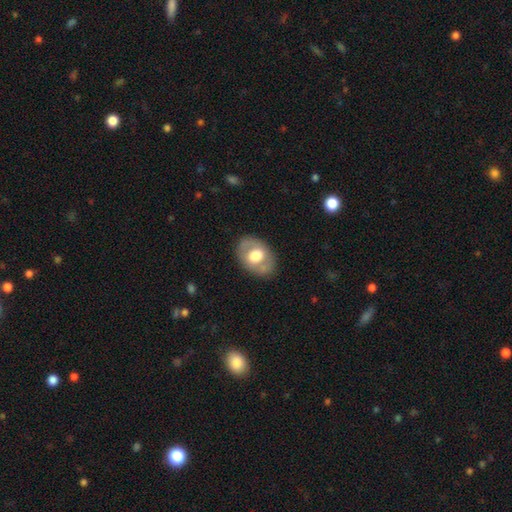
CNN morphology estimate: Smooth or featured?
  - smooth: 51% *
  - featured or disk: 43%
  - star or artifact: 6%
How rounded?
  - in between: 73% *
  - round: 26%
  - cigar-shaped: 1%
Merging?
  - none: 79% *
  - minor disturbance: 14%
  - major disturbance: 5%
  - merger: 2%